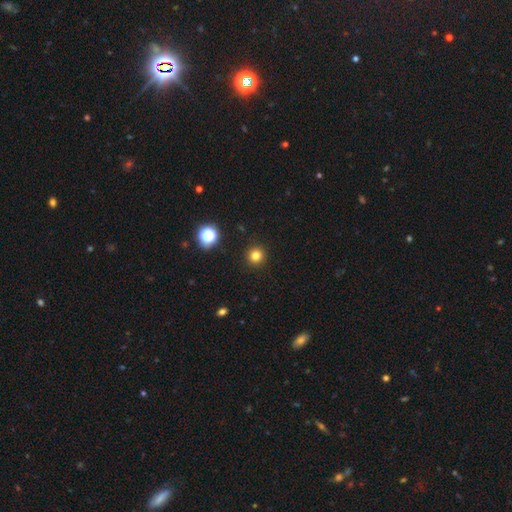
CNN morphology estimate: This appears to be a smooth galaxy with no disk features (80%) that is round (95%). Merging: none (92%).